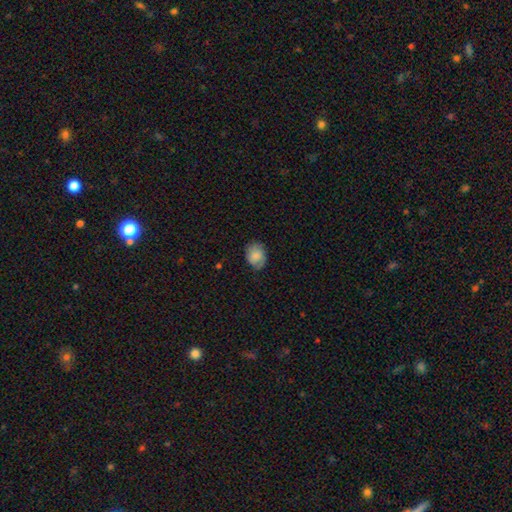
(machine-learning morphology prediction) Smooth or featured?
  - smooth: 80% *
  - featured or disk: 13%
  - star or artifact: 8%
How rounded?
  - in between: 66% *
  - round: 34%
  - cigar-shaped: 1%
Merging?
  - none: 72% *
  - minor disturbance: 22%
  - major disturbance: 5%
  - merger: 1%